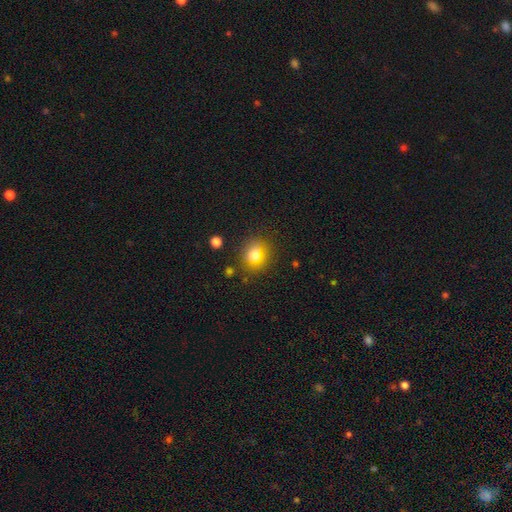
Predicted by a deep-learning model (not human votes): This appears to be a smooth galaxy with no disk features (75%) that is round (68%). Merging: none (75%).